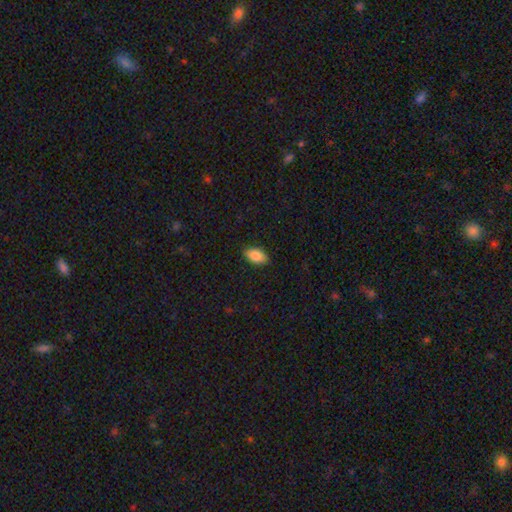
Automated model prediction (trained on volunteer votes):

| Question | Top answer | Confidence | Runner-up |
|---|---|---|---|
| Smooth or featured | smooth | 85% | featured or disk (8%) |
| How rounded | in between | 93% | round (4%) |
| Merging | none | 89% | minor disturbance (9%) |